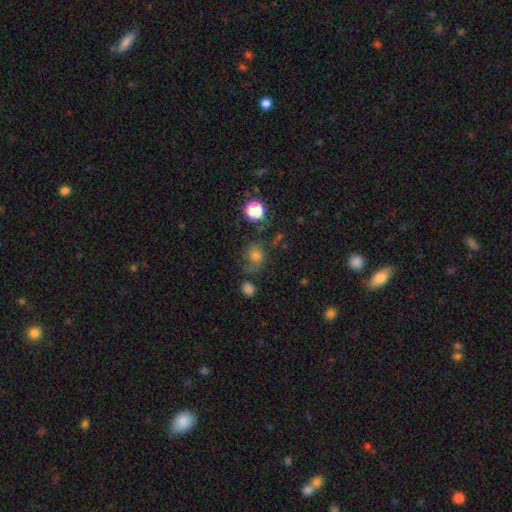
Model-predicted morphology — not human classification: Smooth or featured? Predicted: smooth (p=0.60). How rounded? Predicted: round (p=0.64). Merging? Predicted: none (p=0.53).